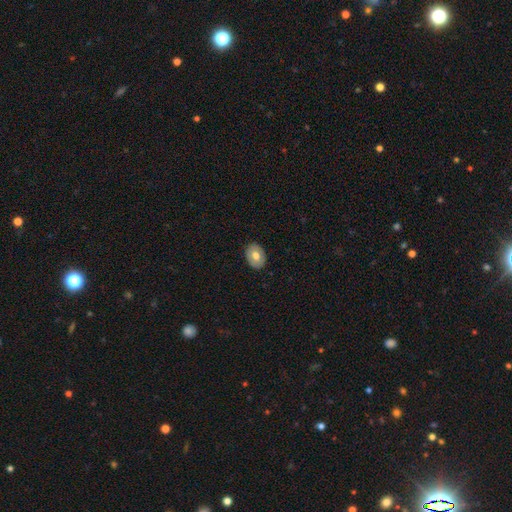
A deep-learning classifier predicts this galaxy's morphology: This is likely a smooth galaxy (64%). How rounded: likely in between (72%). Merging: clearly none (88%).